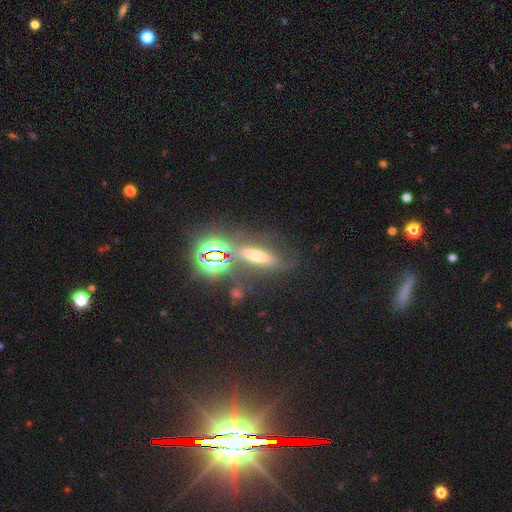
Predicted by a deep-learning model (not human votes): A smooth galaxy with no disk features (45%).

Vote fractions:
- Smooth or featured? smooth: 45% / star or artifact: 31% / featured or disk: 24%
- Merging? none: 61% / minor disturbance: 16% / merger: 12% / major disturbance: 11%